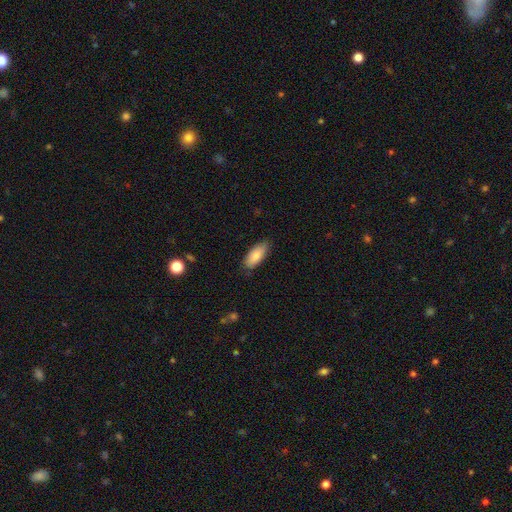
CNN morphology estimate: This appears to be a smooth galaxy with no disk features (84%) that is in between round and cigar-shaped (81%). Merging: none (80%).